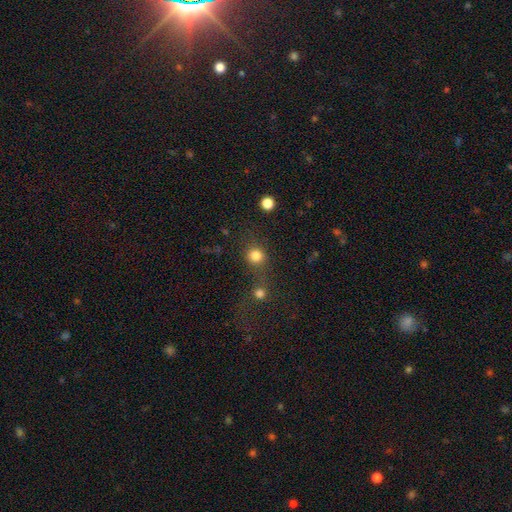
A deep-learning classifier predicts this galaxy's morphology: The model was most divided on "merging": none: 61%, merger: 23%, minor disturbance: 10%, major disturbance: 7%. More confident: how rounded — round (89%); smooth or featured — smooth (81%).